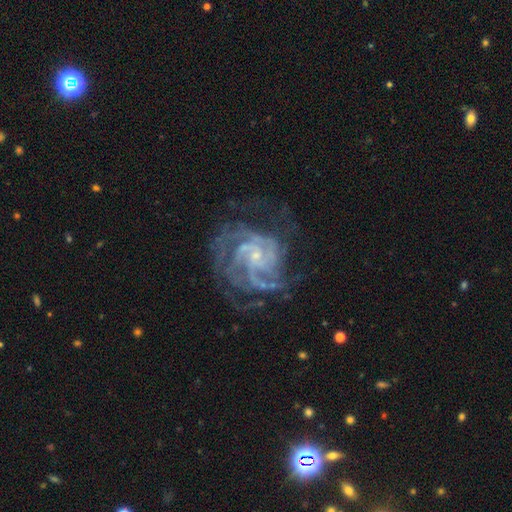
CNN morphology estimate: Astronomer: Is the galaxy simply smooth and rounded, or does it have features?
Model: featured or disk — 89%.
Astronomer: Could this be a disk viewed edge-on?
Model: no — 98%.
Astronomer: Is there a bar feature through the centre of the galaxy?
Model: no — 63%.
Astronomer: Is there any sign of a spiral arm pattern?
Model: yes — 97%.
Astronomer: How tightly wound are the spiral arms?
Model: tight — 57% (runner-up: medium, 36%).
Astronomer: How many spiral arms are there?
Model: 4 — 27% (runner-up: 3, 25%).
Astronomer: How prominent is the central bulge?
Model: small — 80%.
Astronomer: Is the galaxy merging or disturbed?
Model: none — 62%.